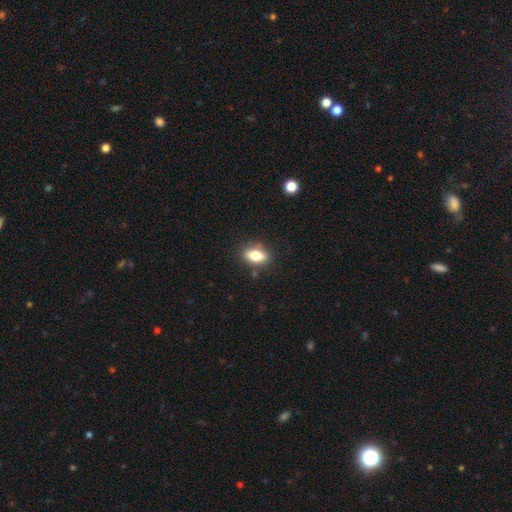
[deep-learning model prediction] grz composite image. It shows a smooth galaxy with no disk features (76%) that is in between round and cigar-shaped (83%). Merging: none (83%).